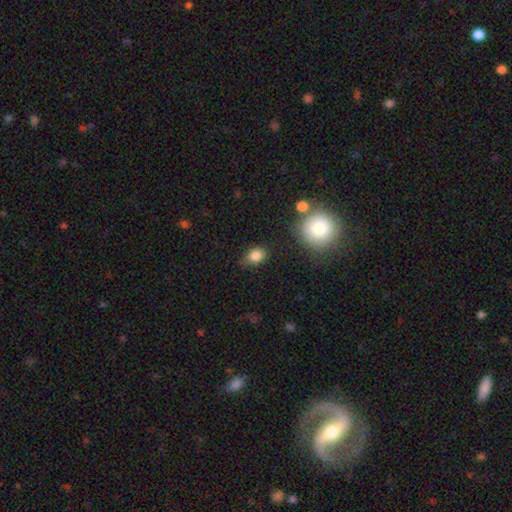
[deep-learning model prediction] smooth-or-featured: smooth: 83% | star or artifact: 10% | featured or disk: 6%
  how-rounded: in between: 66% | round: 32% | cigar-shaped: 2%
  merging: none: 66% | minor disturbance: 25% | major disturbance: 6% | merger: 3%